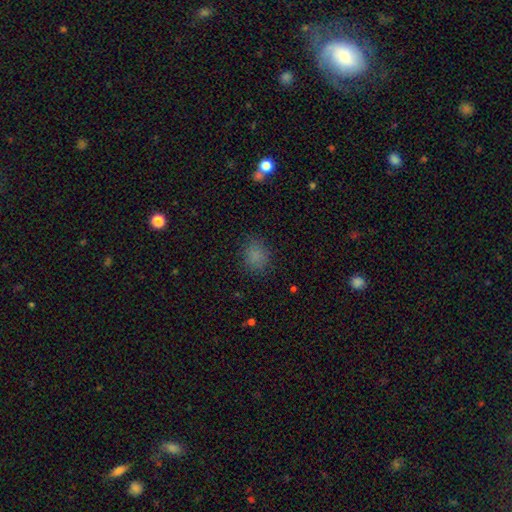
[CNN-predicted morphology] Q: Smooth or featured?
A: smooth (80%); runner-up: star or artifact (15%)
Q: How rounded?
A: round (63%); runner-up: in between (36%)
Q: Merging?
A: none (82%); runner-up: minor disturbance (12%)